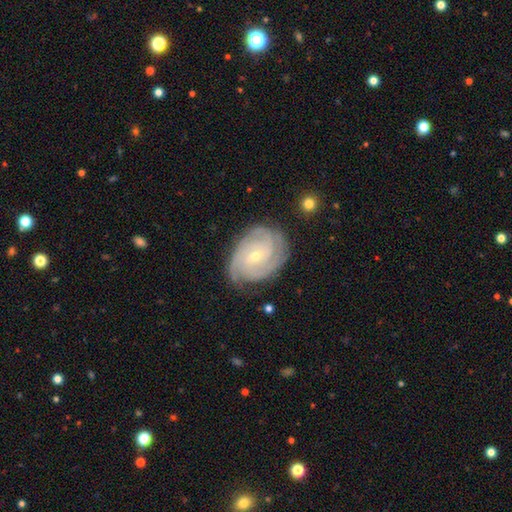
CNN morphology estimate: This appears to be a featured or disk galaxy (88%) with no bar (50%), 3 (31%) tight (75%) spiral arms (98%) and a small central bulge (64%). Merging: none (78%).